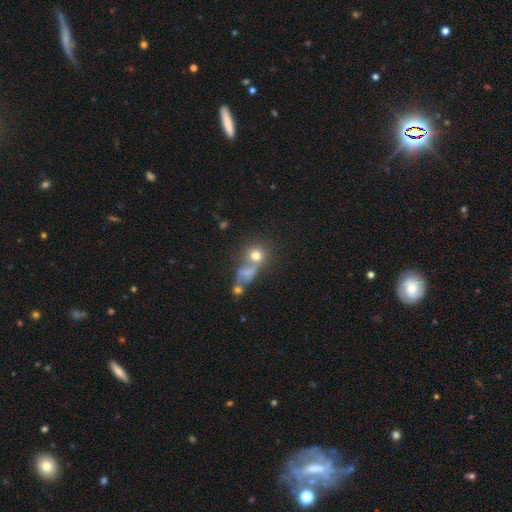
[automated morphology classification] The model was most divided on "merging": none: 46%, merger: 33%, minor disturbance: 11%, major disturbance: 10%. More confident: how rounded — round (81%); smooth or featured — smooth (71%).